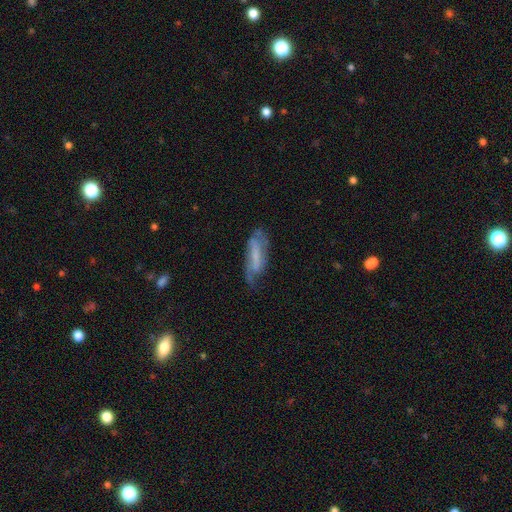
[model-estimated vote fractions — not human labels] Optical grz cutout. It shows a featured or disk galaxy (62%) with a strong bar (39%), spiral arms (83%) and no central bulge (39%). Merging: none (56%).